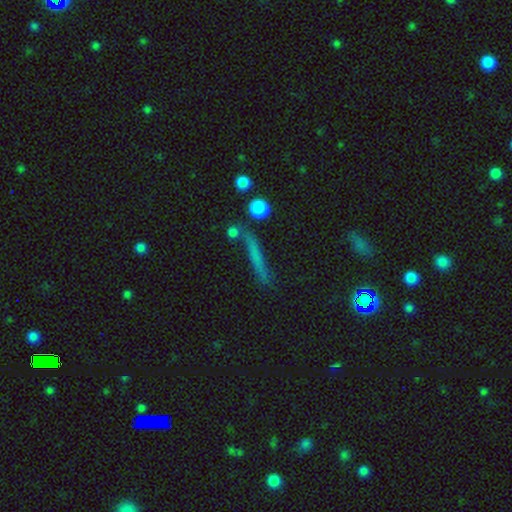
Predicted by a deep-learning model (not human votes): This appears to be a smooth galaxy with no disk features (52%) that is cigar-shaped (88%). Merging: none (73%).